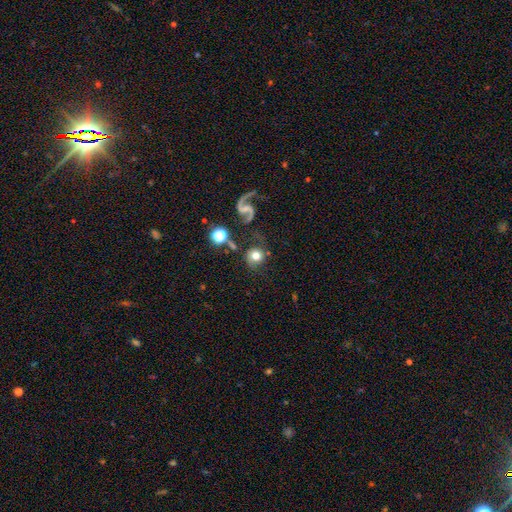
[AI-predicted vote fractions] smooth_or_featured: smooth (p=0.57) [alt: featured or disk p=0.31]
how_rounded: round (p=0.89) [alt: in between p=0.10]
merging: none (p=0.70) [alt: minor disturbance p=0.14]